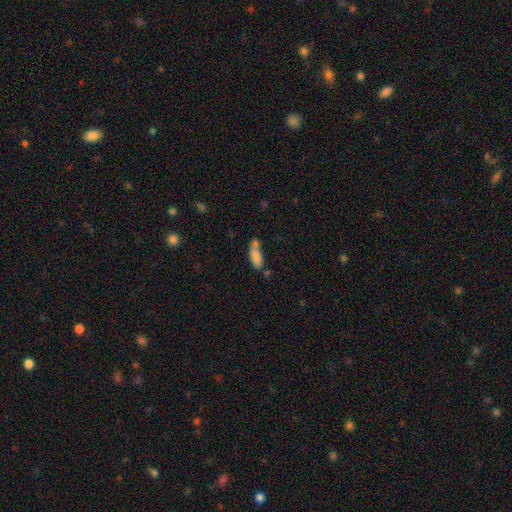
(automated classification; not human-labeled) The model was most divided on "merging": none: 41%, merger: 32%, minor disturbance: 19%, major disturbance: 7%. More confident: smooth or featured — smooth (80%); how rounded — in between (64%).